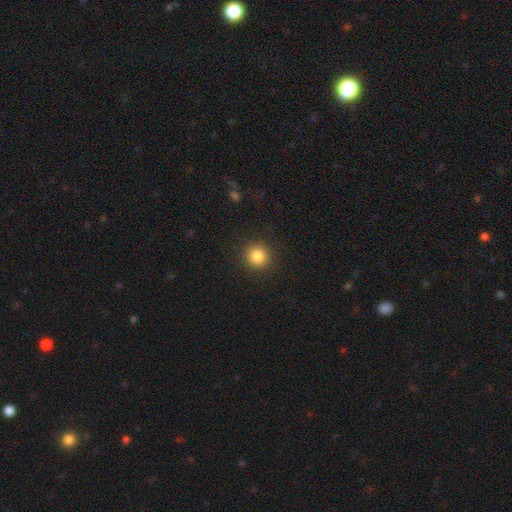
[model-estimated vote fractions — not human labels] A smooth galaxy with no disk features (84%) that is round (93%). Merging: none (91%).